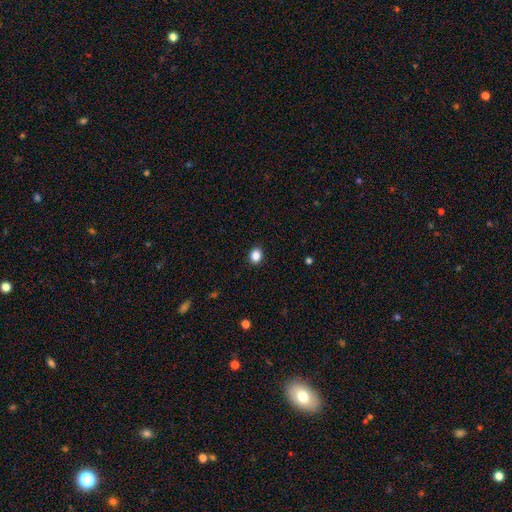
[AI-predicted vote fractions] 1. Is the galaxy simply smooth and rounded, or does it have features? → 87% smooth, 10% star or artifact, 3% featured or disk.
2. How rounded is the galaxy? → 56% round, 44% in between, 1% cigar-shaped.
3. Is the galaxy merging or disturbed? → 91% none, 6% minor disturbance, 2% major disturbance, 1% merger.